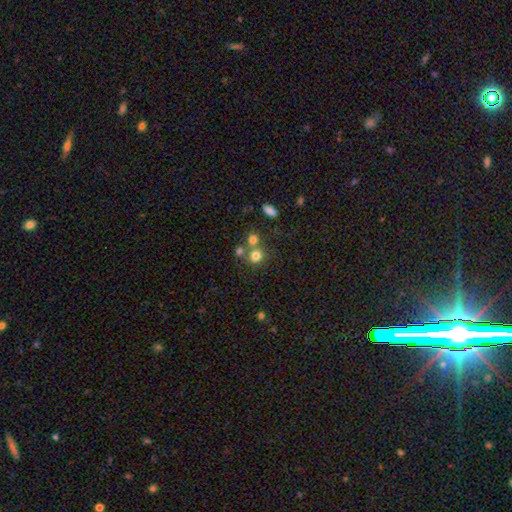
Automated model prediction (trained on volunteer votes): Smooth or featured? smooth (75%)
How rounded? round (83%)
Merging? none (53%)